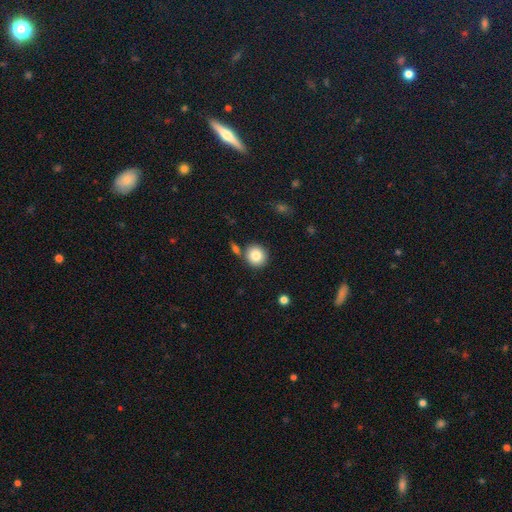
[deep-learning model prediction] This is clearly a smooth galaxy (84%). How rounded: clearly round (90%). Merging: likely none (79%).